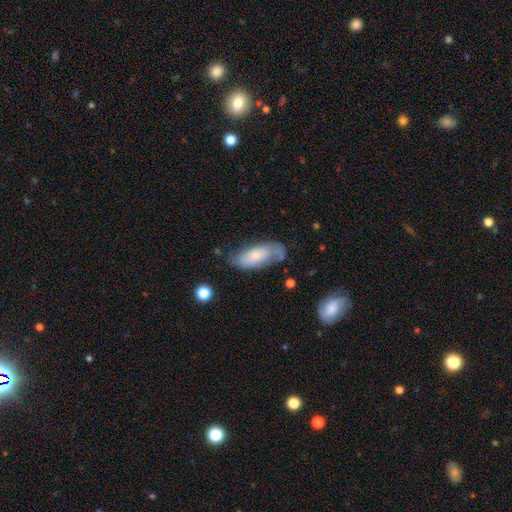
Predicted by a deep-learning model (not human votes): Smooth or featured: smooth — 52% (featured or disk — 41%)
How rounded: in between — 84% (cigar-shaped — 13%)
Merging: none — 54% (minor disturbance — 29%)